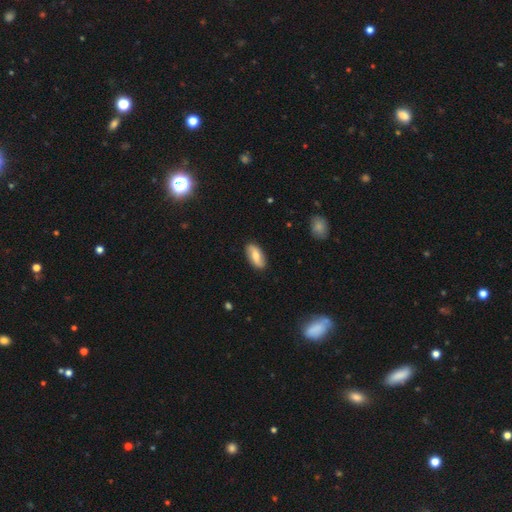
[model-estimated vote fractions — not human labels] Smooth or featured? smooth (50%)
How rounded? in between (87%)
Merging? none (87%)